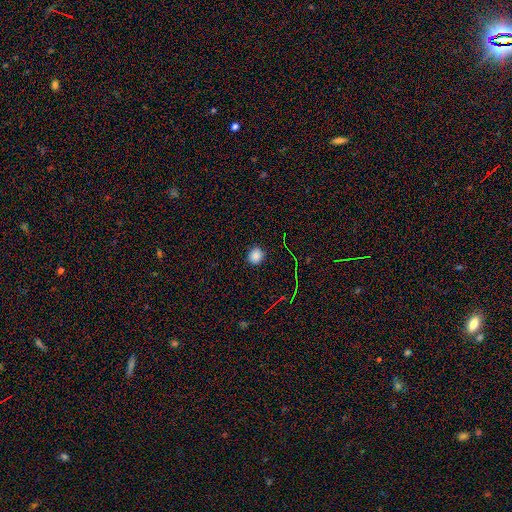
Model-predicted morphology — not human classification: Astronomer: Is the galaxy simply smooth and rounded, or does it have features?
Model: smooth — 81%.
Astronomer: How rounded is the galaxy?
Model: round — 84%.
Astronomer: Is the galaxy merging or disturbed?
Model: none — 89%.